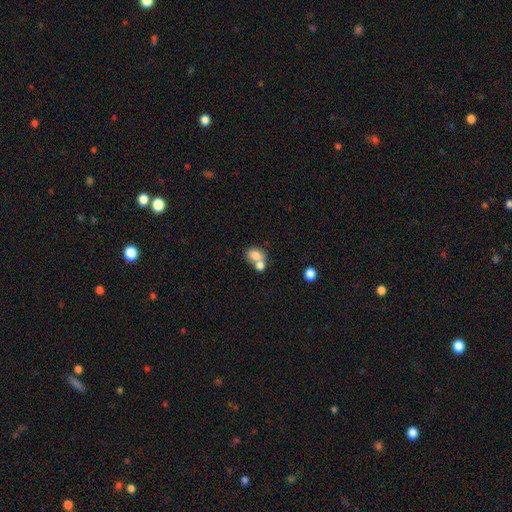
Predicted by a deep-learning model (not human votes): Smooth or featured? Predicted: smooth (p=0.77). How rounded? Predicted: in between (p=0.52). Merging? Predicted: merger (p=0.58).